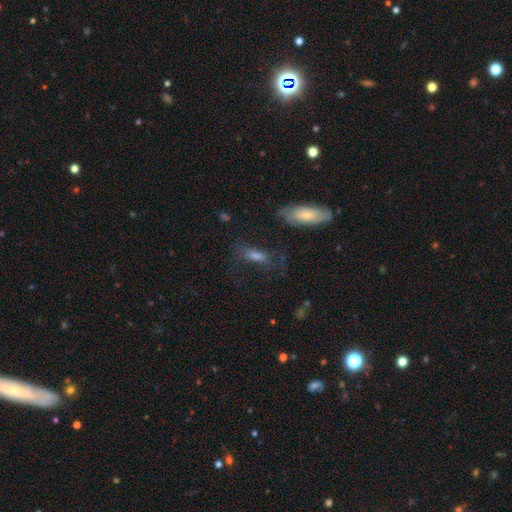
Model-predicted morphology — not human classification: A smooth galaxy with no disk features (51%) that is in between round and cigar-shaped (54%). Merging: none (59%).